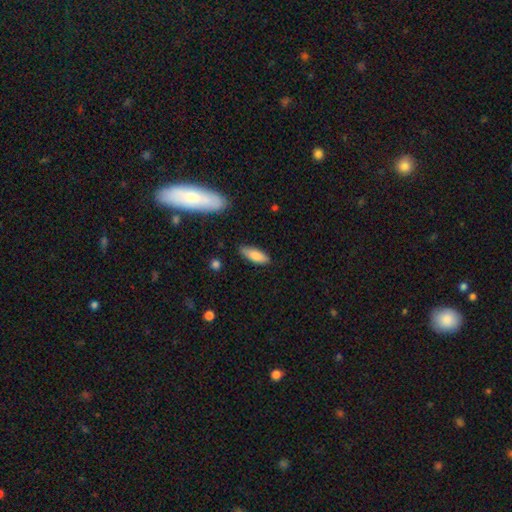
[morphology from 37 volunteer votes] Smooth or featured? smooth (86%)
How rounded? in between (78%)
Merging? none (71%)